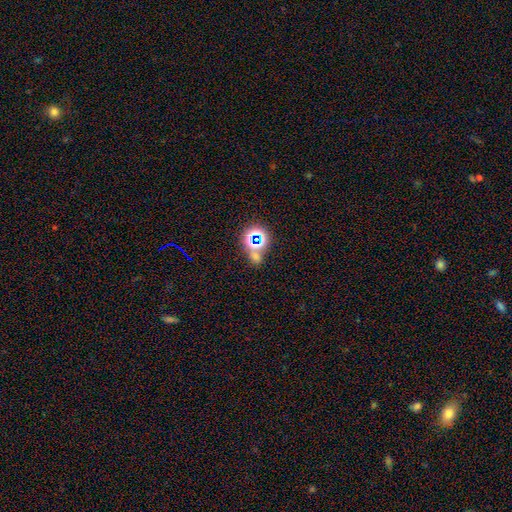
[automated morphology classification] smooth_or_featured: star or artifact (p=0.61) [alt: smooth p=0.29]